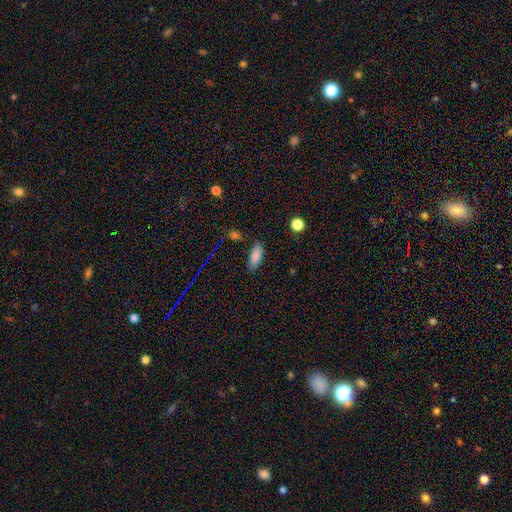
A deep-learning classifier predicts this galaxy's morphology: Q: Smooth or featured?
A: smooth (84%); runner-up: star or artifact (9%)
Q: How rounded?
A: in between (80%); runner-up: cigar-shaped (18%)
Q: Merging?
A: none (79%); runner-up: minor disturbance (14%)